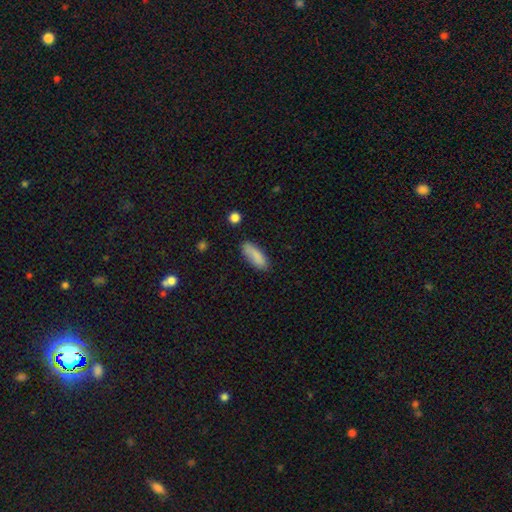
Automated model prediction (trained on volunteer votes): smooth-or-featured: smooth: 85% | featured or disk: 8% | star or artifact: 7%
  how-rounded: in between: 66% | cigar-shaped: 32% | round: 2%
  merging: none: 73% | minor disturbance: 19% | major disturbance: 4% | merger: 3%